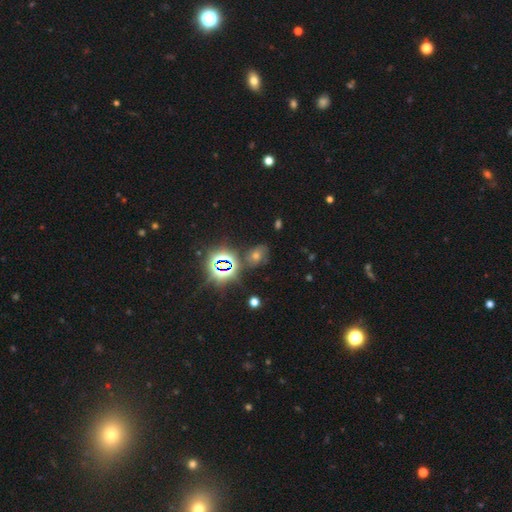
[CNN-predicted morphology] smooth_or_featured: star or artifact (p=0.53) [alt: smooth p=0.30]